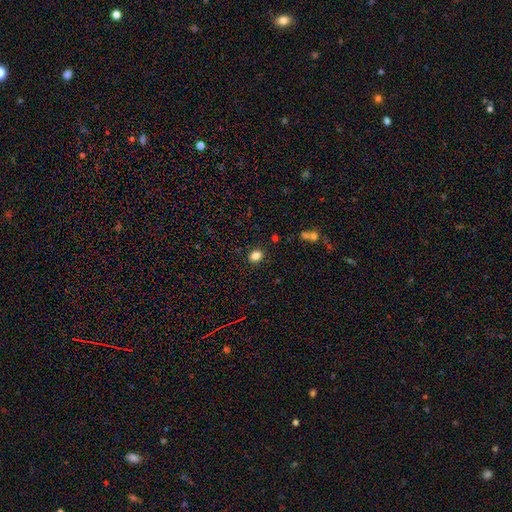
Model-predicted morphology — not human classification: The model was most divided on "how rounded": in between: 59%, round: 40%, cigar-shaped: 1%. More confident: merging — none (88%); smooth or featured — smooth (84%).